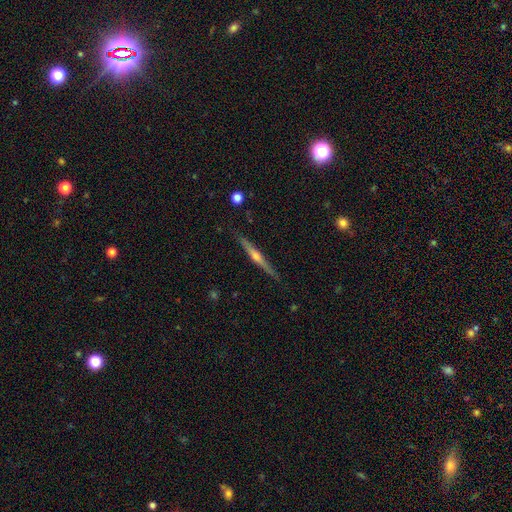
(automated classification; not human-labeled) smooth_or_featured: featured or disk (p=0.77) [alt: smooth p=0.17]
disk_edge_on: yes (p=0.98) [alt: no p=0.02]
edge_on_bulge: rounded (p=0.86) [alt: none p=0.09]
merging: none (p=0.89) [alt: minor disturbance p=0.08]